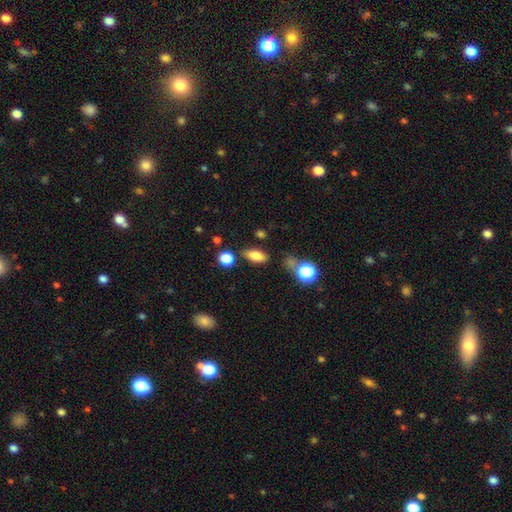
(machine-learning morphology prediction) Q: Smooth or featured?
A: smooth (79%); runner-up: featured or disk (11%)
Q: How rounded?
A: in between (81%); runner-up: cigar-shaped (12%)
Q: Merging?
A: none (76%); runner-up: minor disturbance (14%)